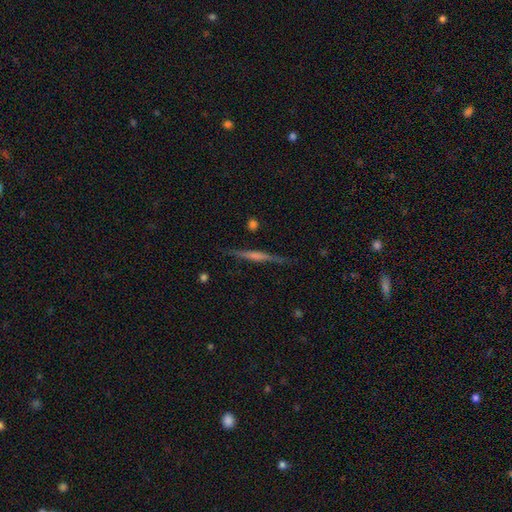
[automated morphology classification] This is likely a featured or disk galaxy (71%). It is clearly viewed edge-on (98%). Edge-on bulge: marginally rounded (45%). Merging: clearly none (88%).